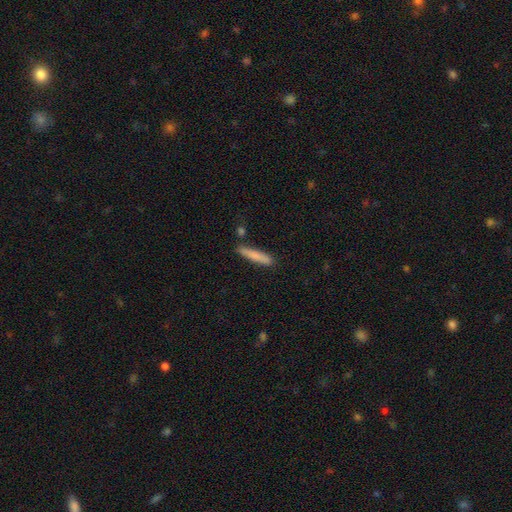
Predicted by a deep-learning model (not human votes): Smooth or featured: smooth — 80% (featured or disk — 14%)
How rounded: cigar-shaped — 91% (in between — 8%)
Merging: none — 81% (minor disturbance — 13%)